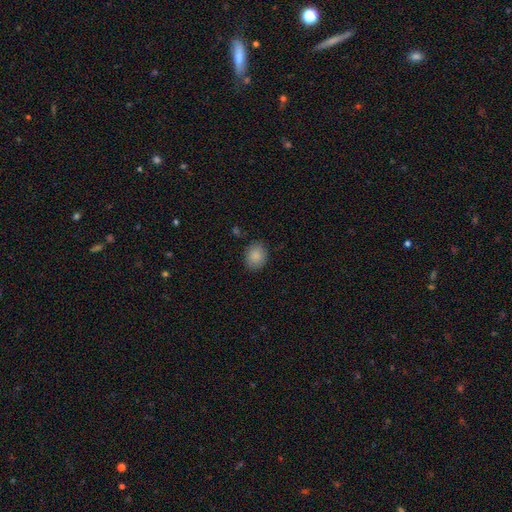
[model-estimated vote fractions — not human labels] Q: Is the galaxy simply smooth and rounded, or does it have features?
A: smooth — 88%.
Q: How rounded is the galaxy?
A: in between — 51%.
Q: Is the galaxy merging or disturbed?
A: none — 85%.